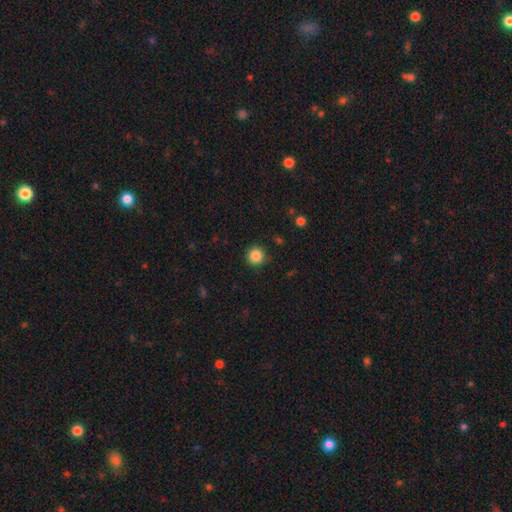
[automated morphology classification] A smooth galaxy with no disk features (86%) that is round (95%).

Vote fractions:
- Smooth or featured? smooth: 86% / star or artifact: 11% / featured or disk: 4%
- How rounded? round: 95% / in between: 4% / cigar-shaped: 1%
- Merging? none: 90% / minor disturbance: 7% / major disturbance: 2% / merger: 1%